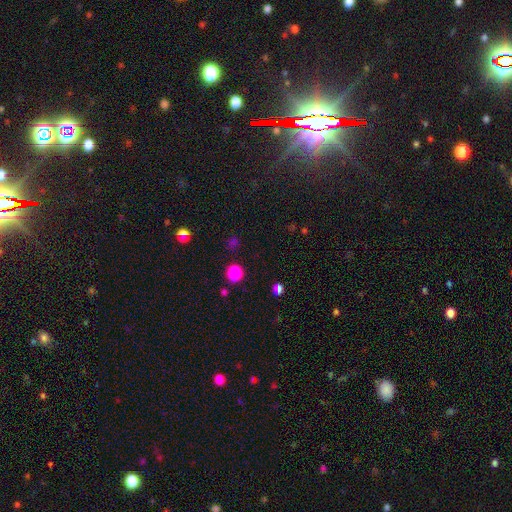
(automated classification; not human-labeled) Morphology: type=smooth (50%); merging=none (84%).